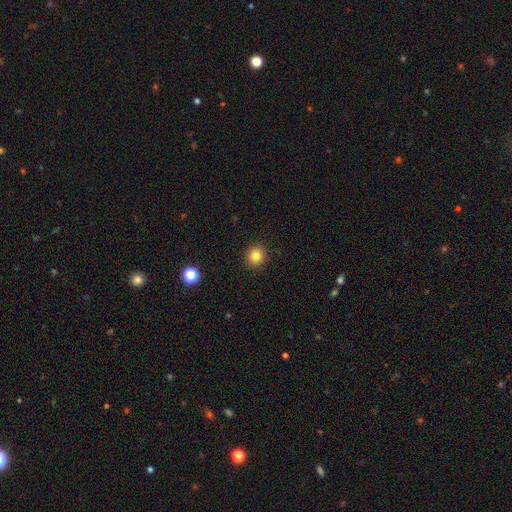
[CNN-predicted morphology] The model was most divided on "smooth or featured": smooth: 82%, star or artifact: 12%, featured or disk: 6%. More confident: merging — none (92%); how rounded — round (88%).